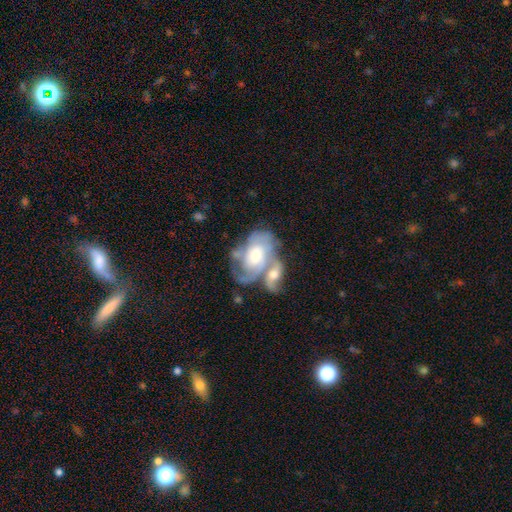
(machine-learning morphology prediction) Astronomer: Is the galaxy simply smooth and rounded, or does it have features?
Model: featured or disk — 77%.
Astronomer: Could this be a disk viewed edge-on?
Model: no — 96%.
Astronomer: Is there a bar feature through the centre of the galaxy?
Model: no — 68%.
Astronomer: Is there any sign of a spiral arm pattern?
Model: yes — 87%.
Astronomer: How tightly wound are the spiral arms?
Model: tight — 49% (runner-up: medium, 37%).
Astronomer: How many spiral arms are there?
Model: can't tell — 36% (runner-up: 2, 34%).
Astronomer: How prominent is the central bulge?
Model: moderate — 62%.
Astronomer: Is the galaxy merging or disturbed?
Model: merger — 54%.